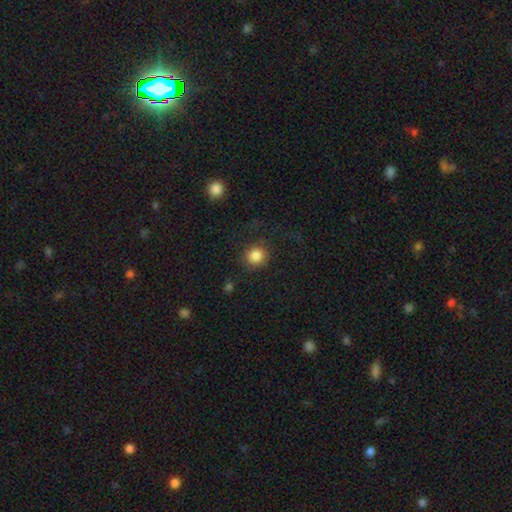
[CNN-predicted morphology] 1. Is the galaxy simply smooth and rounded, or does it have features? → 85% smooth, 10% star or artifact, 5% featured or disk.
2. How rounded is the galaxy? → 89% round, 10% in between, 1% cigar-shaped.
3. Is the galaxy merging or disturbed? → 79% none, 11% minor disturbance, 7% major disturbance, 2% merger.